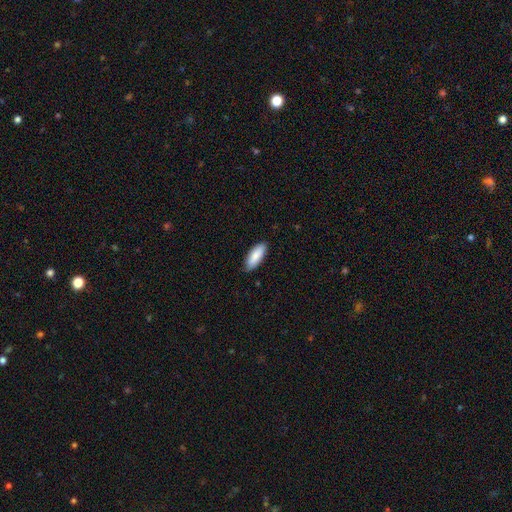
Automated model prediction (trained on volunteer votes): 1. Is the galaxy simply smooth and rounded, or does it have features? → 86% smooth, 8% featured or disk, 5% star or artifact.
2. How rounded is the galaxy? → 76% in between, 23% cigar-shaped, 2% round.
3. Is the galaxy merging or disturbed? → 86% none, 11% minor disturbance, 2% major disturbance, 1% merger.